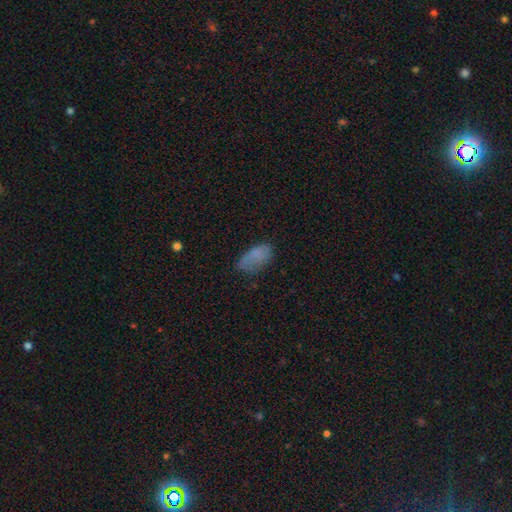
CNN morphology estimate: A smooth galaxy with no disk features (75%) that is in between round and cigar-shaped (92%). Merging: none (53%).